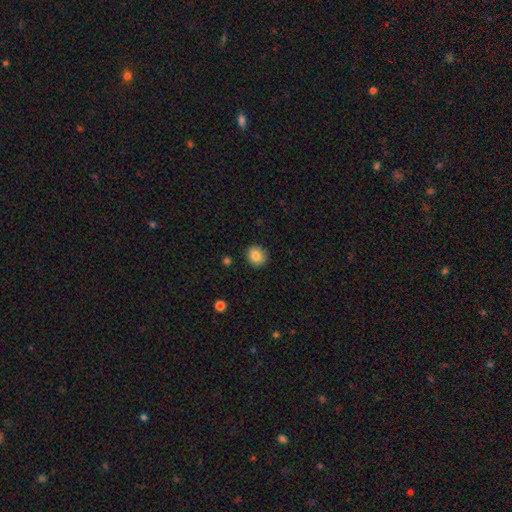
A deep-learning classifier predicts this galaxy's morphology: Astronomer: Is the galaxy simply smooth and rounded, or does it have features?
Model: smooth — 85%.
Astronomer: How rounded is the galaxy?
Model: round — 83%.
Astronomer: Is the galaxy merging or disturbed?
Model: none — 90%.